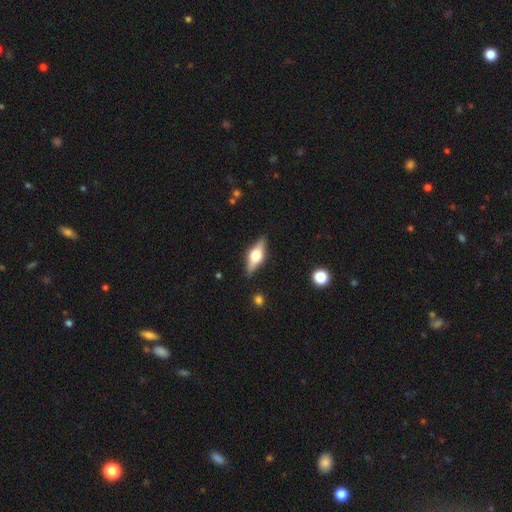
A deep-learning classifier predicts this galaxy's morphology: smooth_or_featured: featured or disk (p=0.60) [alt: smooth p=0.33]
disk_edge_on: yes (p=0.93) [alt: no p=0.07]
edge_on_bulge: rounded (p=0.93) [alt: boxy p=0.06]
merging: none (p=0.86) [alt: minor disturbance p=0.10]